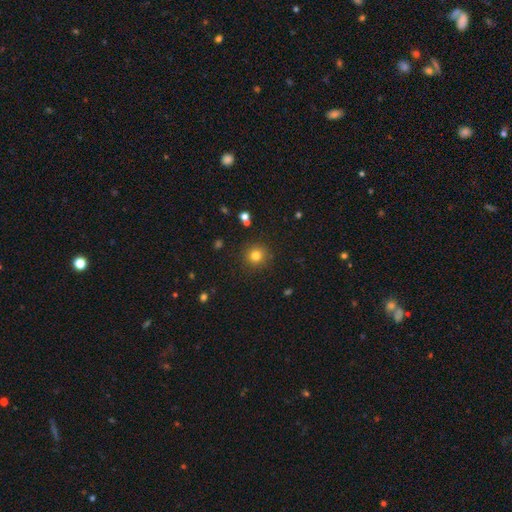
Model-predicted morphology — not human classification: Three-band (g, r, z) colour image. It shows a smooth galaxy with no disk features (80%) that is round (93%). Merging: none (89%).